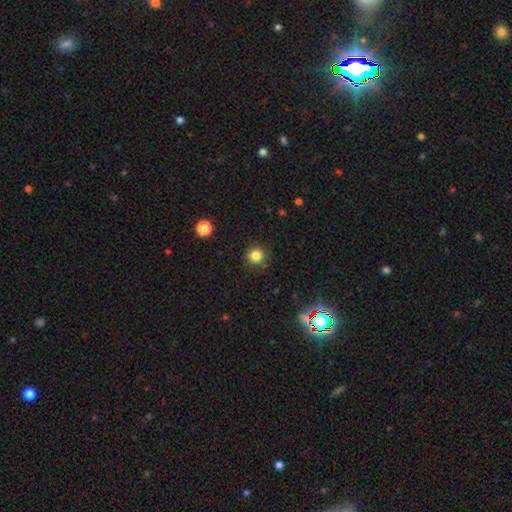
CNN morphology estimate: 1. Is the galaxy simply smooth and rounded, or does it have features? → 82% smooth, 13% star or artifact, 5% featured or disk.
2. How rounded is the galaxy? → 94% round, 6% in between, 1% cigar-shaped.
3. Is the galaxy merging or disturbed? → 89% none, 7% minor disturbance, 2% major disturbance, 2% merger.